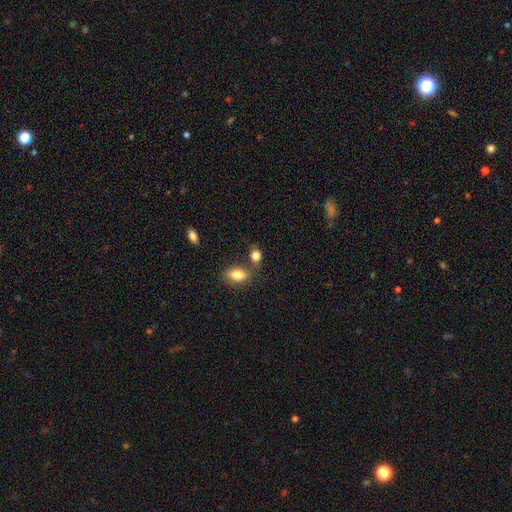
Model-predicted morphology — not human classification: Q: Smooth or featured?
A: smooth (84%); runner-up: star or artifact (10%)
Q: How rounded?
A: in between (63%); runner-up: round (34%)
Q: Merging?
A: none (57%); runner-up: merger (25%)